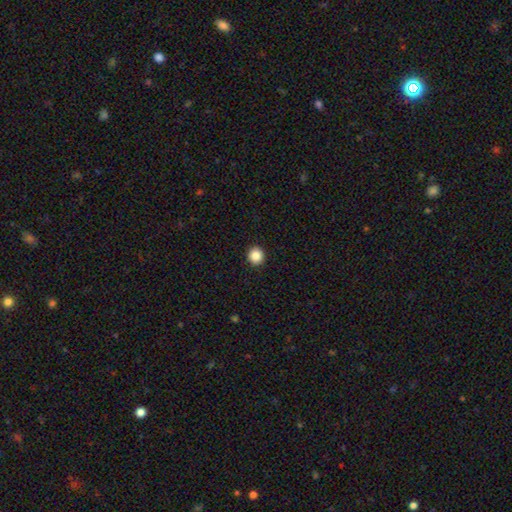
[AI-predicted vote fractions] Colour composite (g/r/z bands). It shows a smooth galaxy with no disk features (87%) that is round (92%). Merging: none (93%).